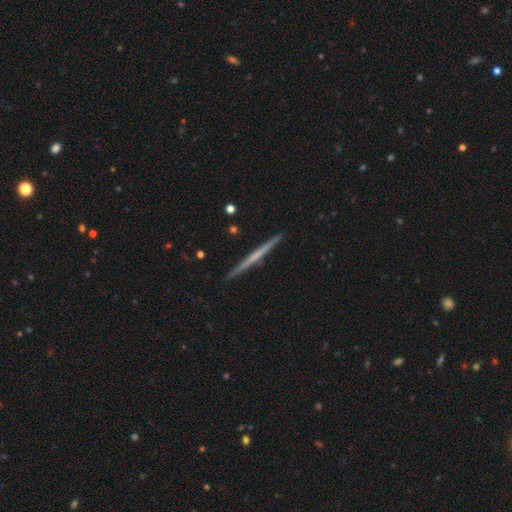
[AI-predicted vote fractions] Smooth or featured: featured or disk — 63% (smooth — 32%)
Edge-on disk: yes — 98% (no — 2%)
Edge-on bulge: none — 80% (rounded — 15%)
Merging: none — 92% (minor disturbance — 5%)